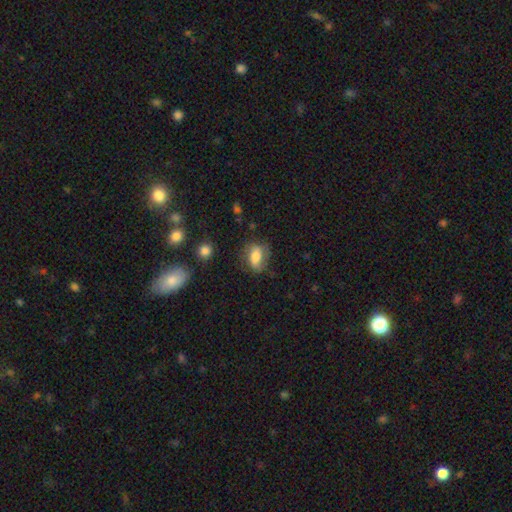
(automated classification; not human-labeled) Overall: smooth (70%). How rounded: in between (81%). Merging: none (64%).